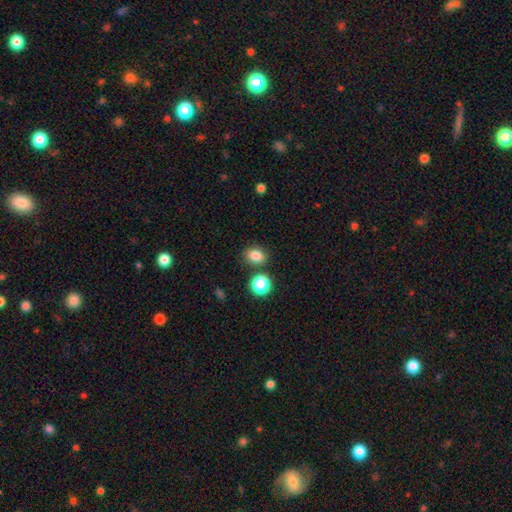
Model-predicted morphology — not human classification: Overall: smooth (82%). How rounded: round (56%; in between 43%). Merging: none (80%).